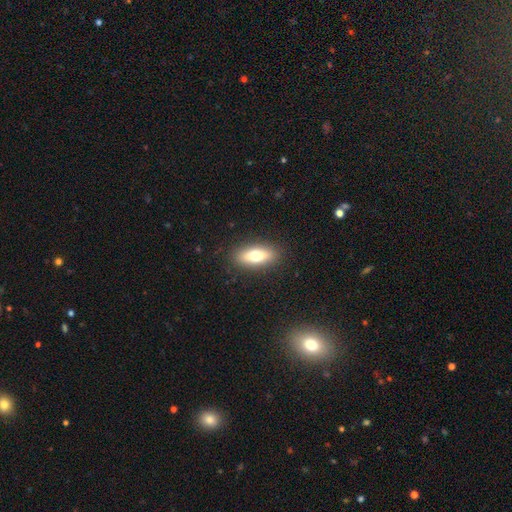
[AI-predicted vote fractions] The model was most divided on "smooth or featured": smooth: 69%, featured or disk: 24%, star or artifact: 7%. More confident: merging — none (88%); how rounded — in between (71%).